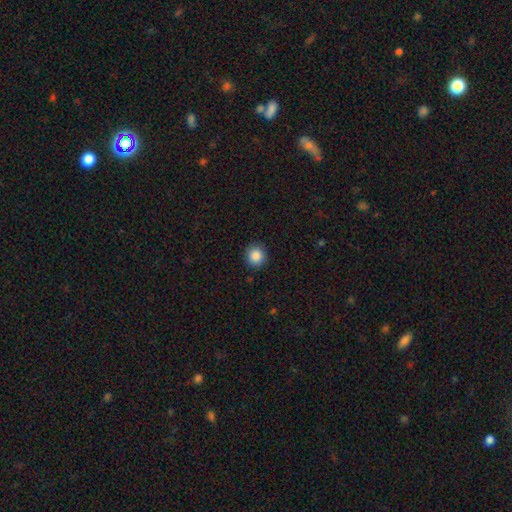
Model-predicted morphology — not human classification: Smooth or featured: smooth — 87% (star or artifact — 9%)
How rounded: round — 92% (in between — 7%)
Merging: none — 90% (minor disturbance — 7%)